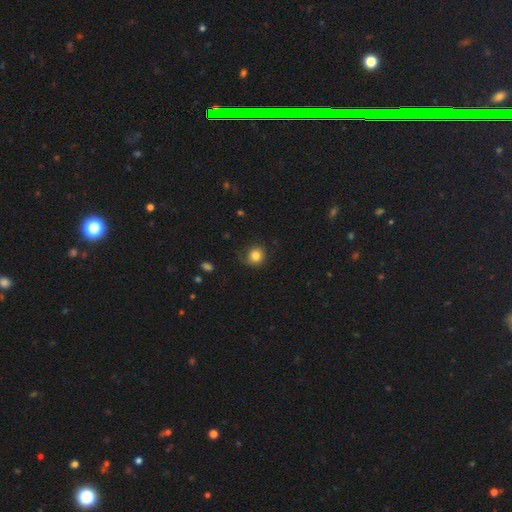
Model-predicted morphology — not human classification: Smooth or featured: smooth — 82% (star or artifact — 11%)
How rounded: round — 89% (in between — 10%)
Merging: none — 77% (minor disturbance — 16%)